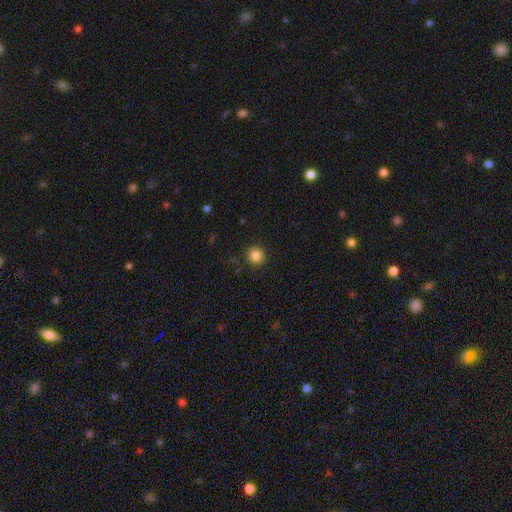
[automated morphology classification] Overall: smooth (85%). How rounded: round (93%). Merging: none (91%).